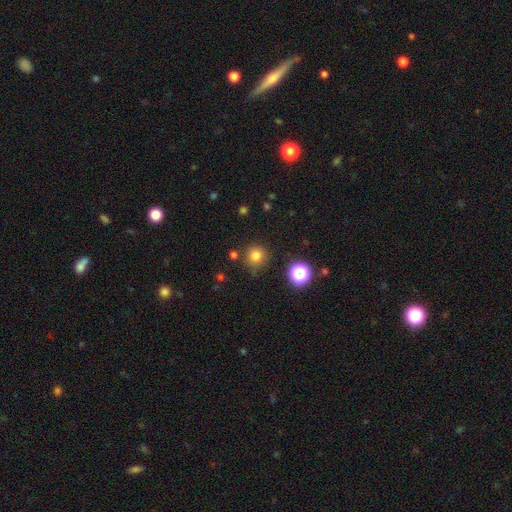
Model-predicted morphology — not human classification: A smooth galaxy with no disk features (79%) that is round (93%). Merging: none (80%).